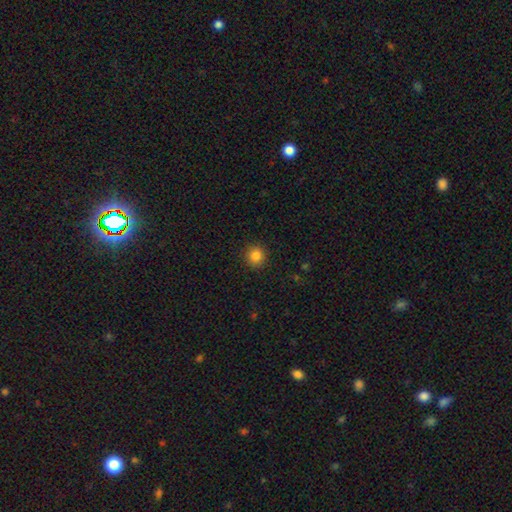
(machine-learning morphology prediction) smooth-or-featured: smooth: 84% | star or artifact: 11% | featured or disk: 5%
  how-rounded: round: 91% | in between: 8% | cigar-shaped: 1%
  merging: none: 92% | minor disturbance: 5% | major disturbance: 2% | merger: 1%